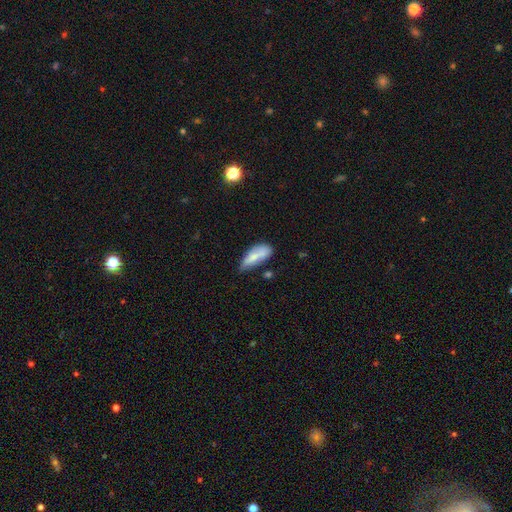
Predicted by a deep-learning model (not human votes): A smooth galaxy with no disk features (76%) that is in between round and cigar-shaped (69%).

Vote fractions:
- Smooth or featured? smooth: 76% / featured or disk: 17% / star or artifact: 7%
- How rounded? in between: 69% / cigar-shaped: 29% / round: 2%
- Merging? none: 42% / minor disturbance: 37% / major disturbance: 11% / merger: 9%